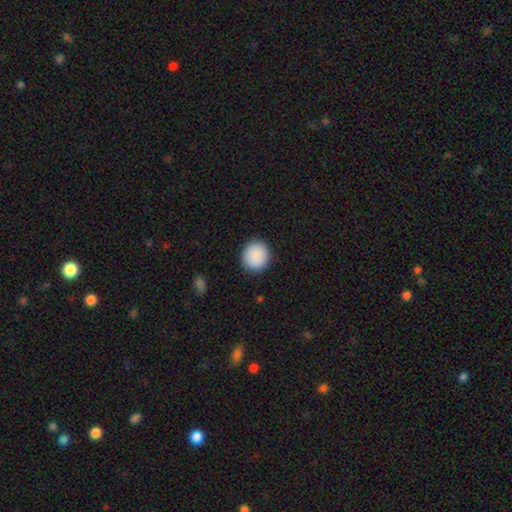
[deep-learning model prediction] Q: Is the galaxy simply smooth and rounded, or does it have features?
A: smooth — 90%.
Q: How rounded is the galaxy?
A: round — 90%.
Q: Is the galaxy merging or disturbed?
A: none — 91%.